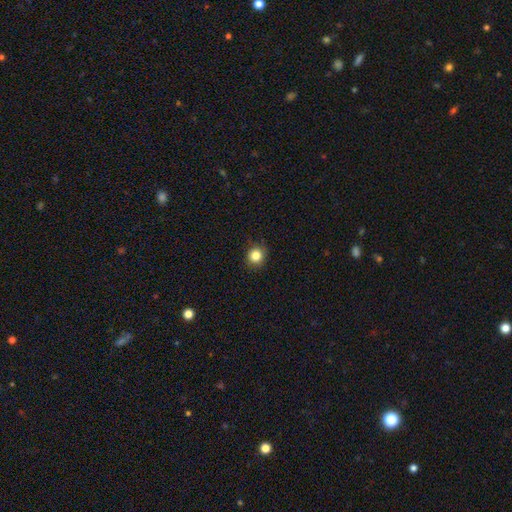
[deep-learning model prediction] This appears to be a smooth galaxy with no disk features (84%) that is round (88%). Merging: none (89%).